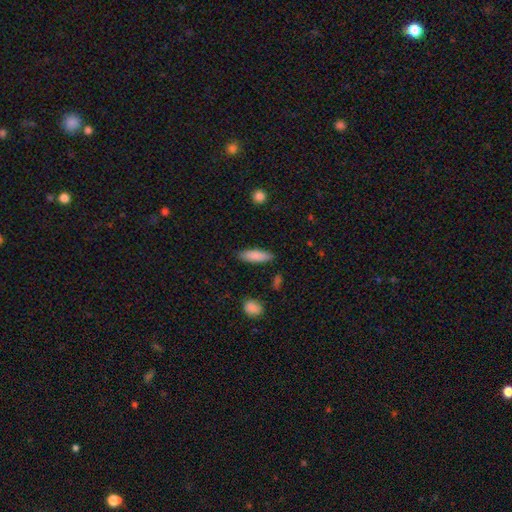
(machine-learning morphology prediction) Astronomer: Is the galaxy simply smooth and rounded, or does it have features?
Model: smooth — 86%.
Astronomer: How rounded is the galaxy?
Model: in between — 49%, tied with cigar-shaped at 49%.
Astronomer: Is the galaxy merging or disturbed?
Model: none — 87%.